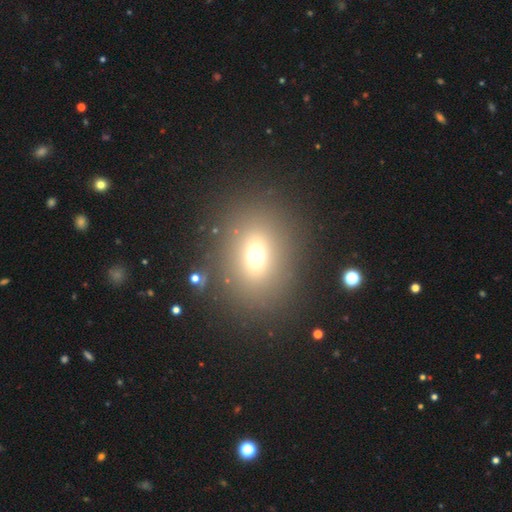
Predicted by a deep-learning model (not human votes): Smooth or featured? Predicted: smooth (p=0.66). How rounded? Predicted: in between (p=0.50). Merging? Predicted: none (p=0.85).